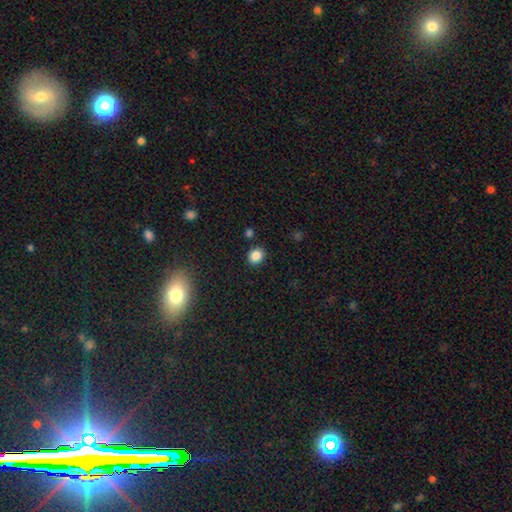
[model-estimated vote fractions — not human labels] Q: Smooth or featured?
A: smooth (85%); runner-up: star or artifact (11%)
Q: How rounded?
A: round (68%); runner-up: in between (31%)
Q: Merging?
A: none (87%); runner-up: minor disturbance (8%)